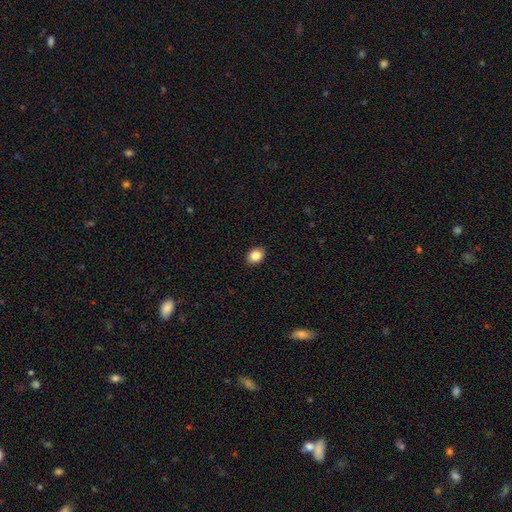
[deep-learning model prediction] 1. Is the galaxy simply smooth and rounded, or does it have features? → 86% smooth, 9% star or artifact, 5% featured or disk.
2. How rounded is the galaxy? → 57% in between, 42% round, 1% cigar-shaped.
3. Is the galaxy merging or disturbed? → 90% none, 7% minor disturbance, 2% major disturbance, 1% merger.